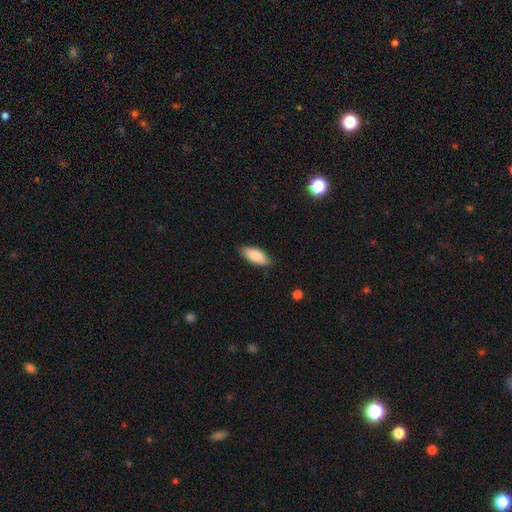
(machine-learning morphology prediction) This is clearly a smooth galaxy (83%). How rounded: clearly in between (82%). Merging: clearly none (82%).